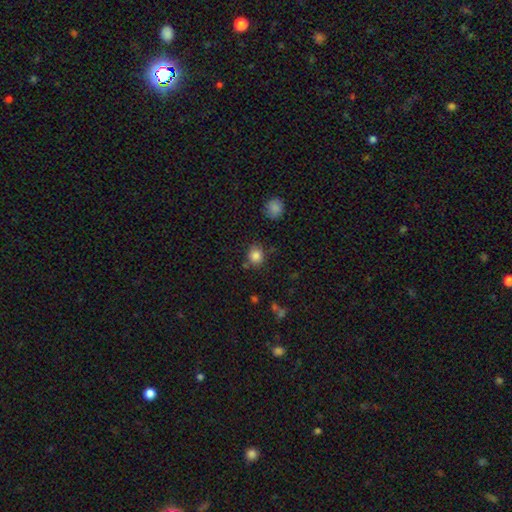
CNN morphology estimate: Overall: smooth (84%). How rounded: round (76%). Merging: none (78%).